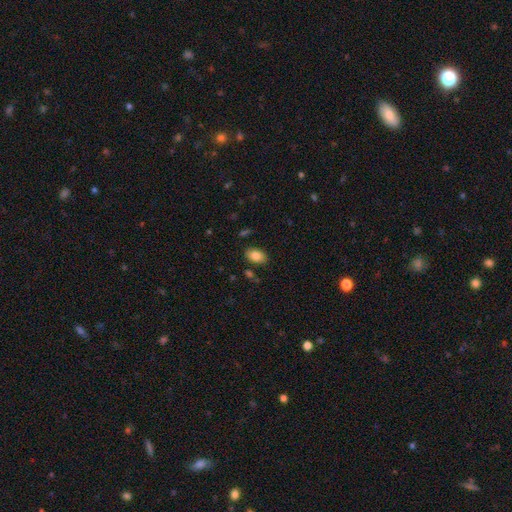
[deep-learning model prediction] Smooth or featured? smooth (83%)
How rounded? in between (89%)
Merging? none (83%)